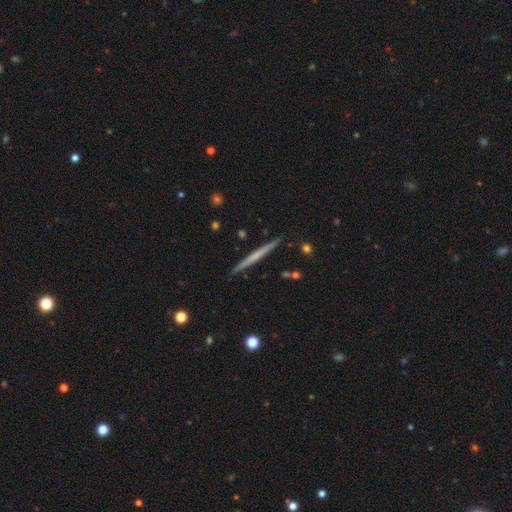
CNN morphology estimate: Smooth or featured? Predicted: featured or disk (p=0.53). Edge-on disk? Predicted: yes (p=0.98). Edge-on bulge? Predicted: none (p=0.83). Merging? Predicted: none (p=0.92).